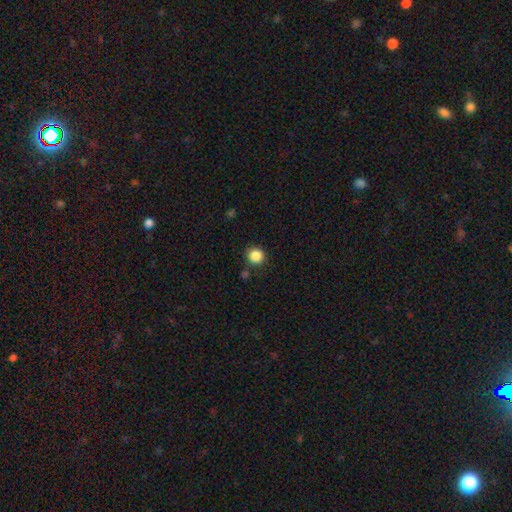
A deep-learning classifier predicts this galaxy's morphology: smooth_or_featured: smooth (p=0.86) [alt: star or artifact p=0.11]
how_rounded: round (p=0.92) [alt: in between p=0.07]
merging: none (p=0.84) [alt: minor disturbance p=0.08]